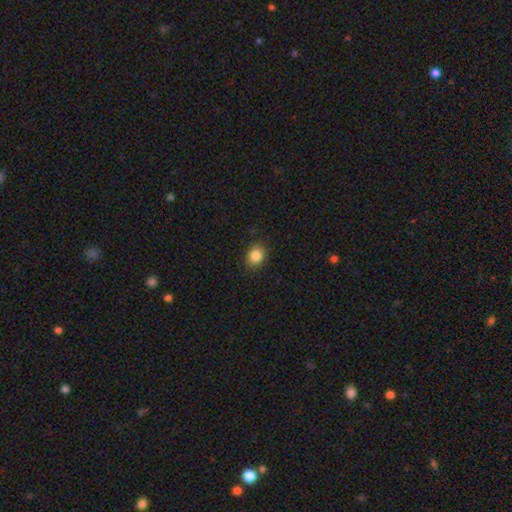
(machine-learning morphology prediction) This is clearly a smooth galaxy (85%). How rounded: likely round (66%). Merging: clearly none (87%).